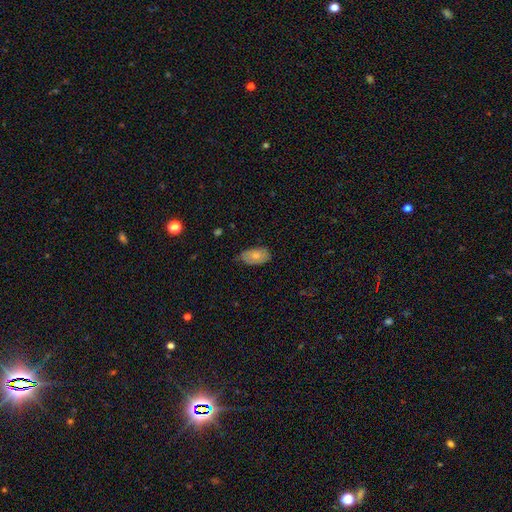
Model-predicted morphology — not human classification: smooth-or-featured: smooth: 72% | featured or disk: 21% | star or artifact: 7%
  how-rounded: in between: 93% | round: 5% | cigar-shaped: 2%
  merging: none: 69% | minor disturbance: 26% | major disturbance: 4% | merger: 1%